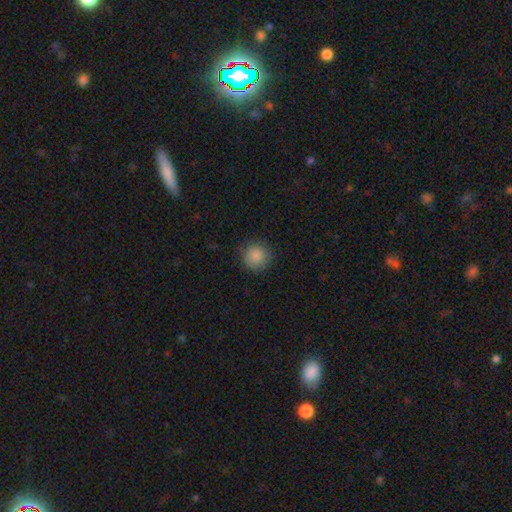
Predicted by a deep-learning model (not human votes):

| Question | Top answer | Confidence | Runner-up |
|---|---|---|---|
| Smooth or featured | smooth | 86% | star or artifact (9%) |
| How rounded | round | 94% | in between (5%) |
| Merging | none | 85% | minor disturbance (11%) |